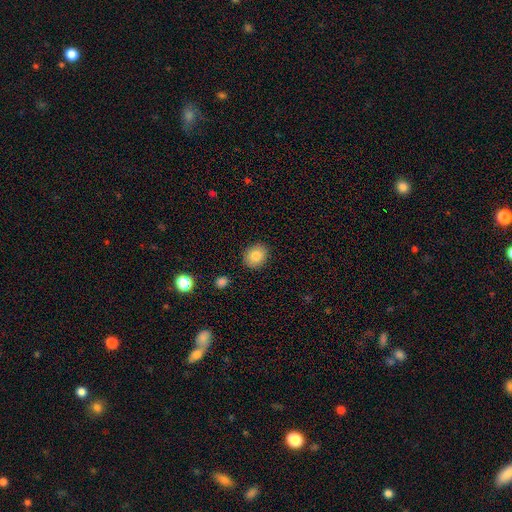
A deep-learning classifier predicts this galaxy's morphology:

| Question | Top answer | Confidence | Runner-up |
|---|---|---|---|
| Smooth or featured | smooth | 84% | star or artifact (8%) |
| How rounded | round | 61% | in between (38%) |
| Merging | none | 88% | minor disturbance (8%) |